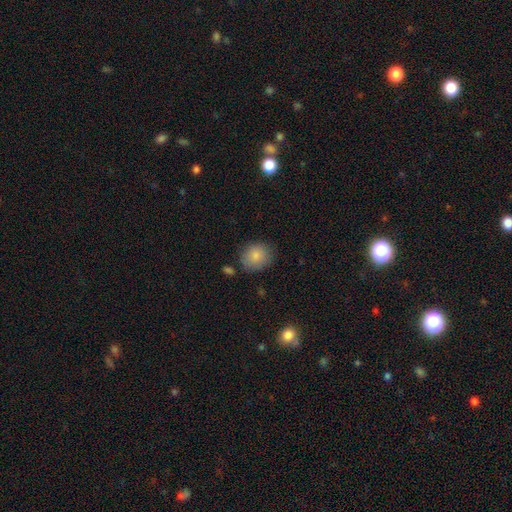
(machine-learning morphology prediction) Smooth or featured?
  - smooth: 85% *
  - star or artifact: 8%
  - featured or disk: 6%
How rounded?
  - round: 73% *
  - in between: 26%
  - cigar-shaped: 1%
Merging?
  - none: 78% *
  - minor disturbance: 15%
  - major disturbance: 4%
  - merger: 4%